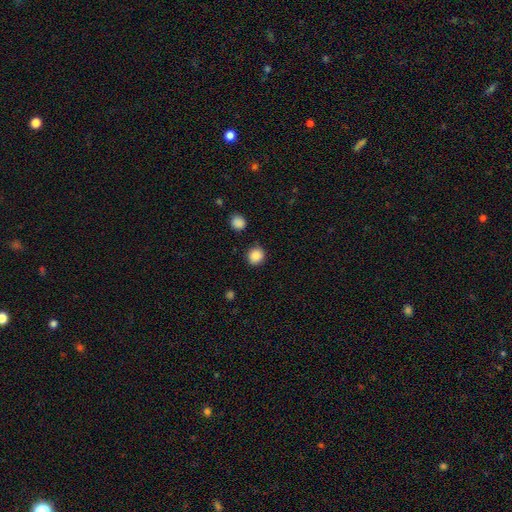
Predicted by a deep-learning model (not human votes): Smooth or featured? smooth (88%)
How rounded? round (89%)
Merging? none (86%)